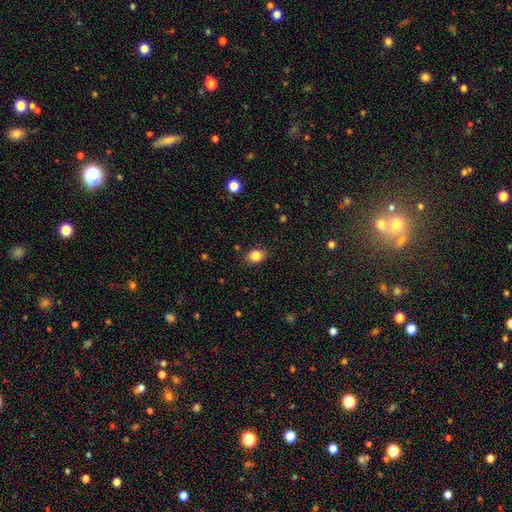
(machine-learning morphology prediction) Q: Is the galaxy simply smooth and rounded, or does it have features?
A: smooth — 85%.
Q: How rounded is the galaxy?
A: round — 50%.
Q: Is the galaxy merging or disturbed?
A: none — 84%.